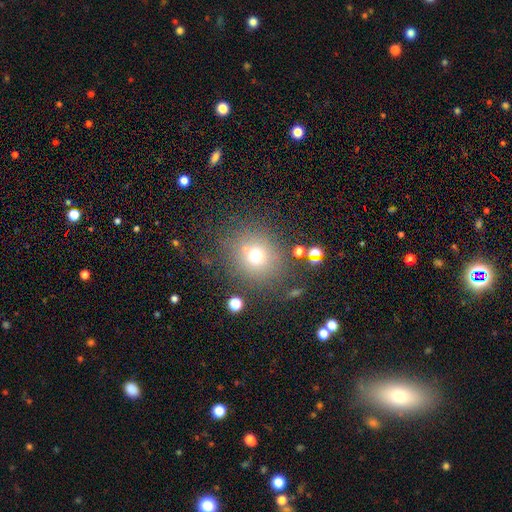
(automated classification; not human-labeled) This is likely a smooth galaxy (67%). How rounded: clearly round (85%). Merging: likely none (74%).